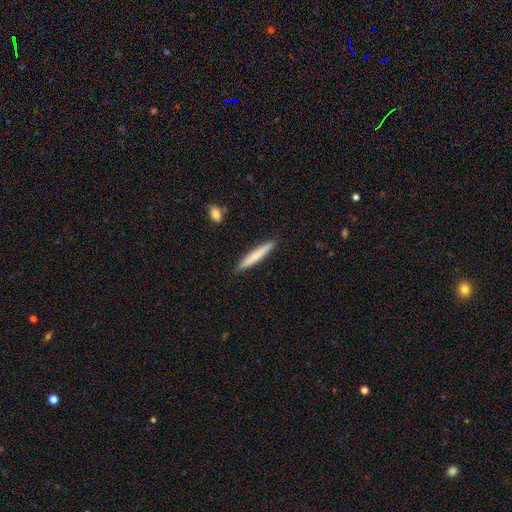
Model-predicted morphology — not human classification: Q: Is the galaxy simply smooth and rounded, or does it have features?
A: smooth — 71%.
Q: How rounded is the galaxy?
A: cigar-shaped — 95%.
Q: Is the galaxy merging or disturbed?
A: none — 90%.